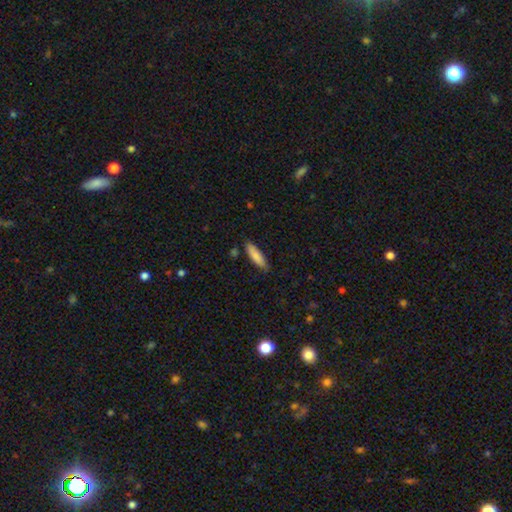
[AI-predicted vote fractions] smooth 84%, featured or disk 10%, star or artifact 6%. Down the decision tree: how rounded — cigar-shaped (65%); merging — none (83%).